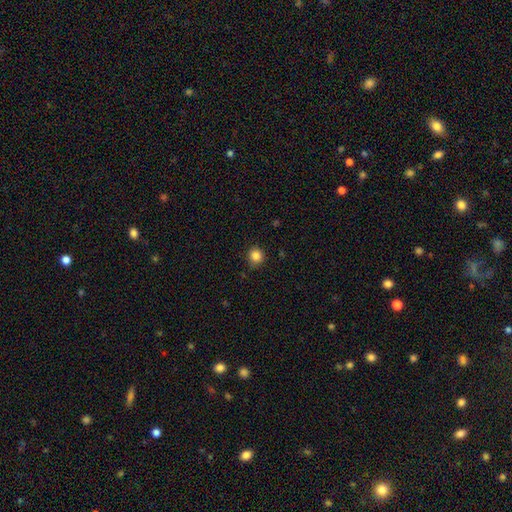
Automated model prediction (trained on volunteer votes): This is clearly a smooth galaxy (85%). How rounded: clearly round (90%). Merging: clearly none (85%).